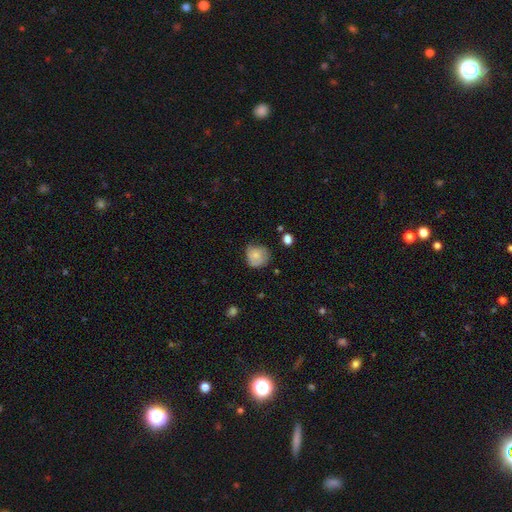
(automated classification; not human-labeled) This appears to be a smooth galaxy with no disk features (67%) that is round (79%). Merging: none (56%).